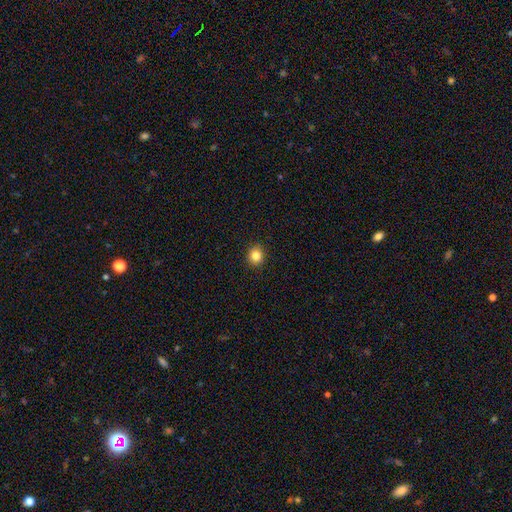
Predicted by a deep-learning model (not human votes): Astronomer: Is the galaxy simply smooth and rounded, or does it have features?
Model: smooth — 84%.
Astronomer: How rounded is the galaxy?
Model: round — 82%.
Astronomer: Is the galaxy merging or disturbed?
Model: none — 92%.